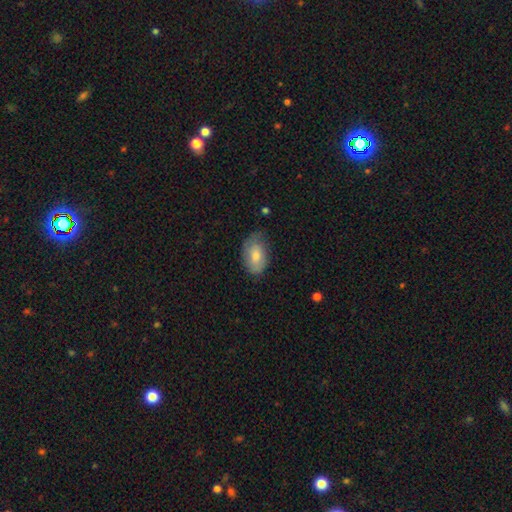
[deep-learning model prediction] The model was most divided on "merging": none: 63%, minor disturbance: 28%, major disturbance: 7%, merger: 1%. More confident: how rounded — in between (91%); smooth or featured — smooth (68%).